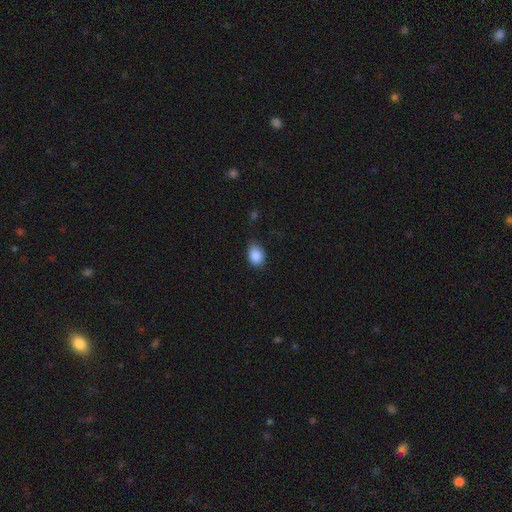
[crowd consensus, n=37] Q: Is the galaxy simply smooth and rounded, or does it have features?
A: smooth — 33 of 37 (89%).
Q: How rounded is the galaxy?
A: in between — 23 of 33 (70%).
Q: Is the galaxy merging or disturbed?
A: none — 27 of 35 (77%).